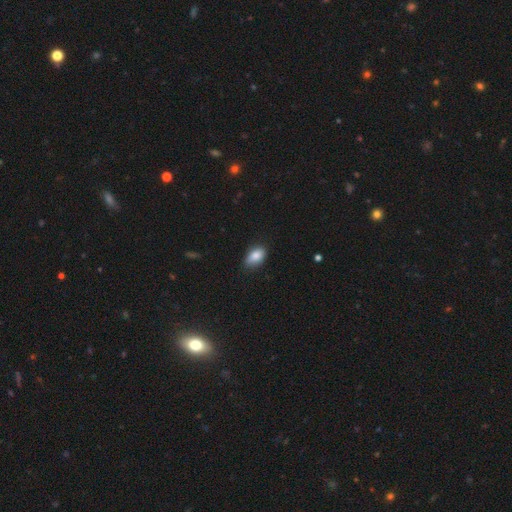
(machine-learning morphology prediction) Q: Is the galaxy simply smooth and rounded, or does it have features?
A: smooth — 85%.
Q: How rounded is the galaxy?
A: in between — 87%.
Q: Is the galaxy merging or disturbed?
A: none — 67%.